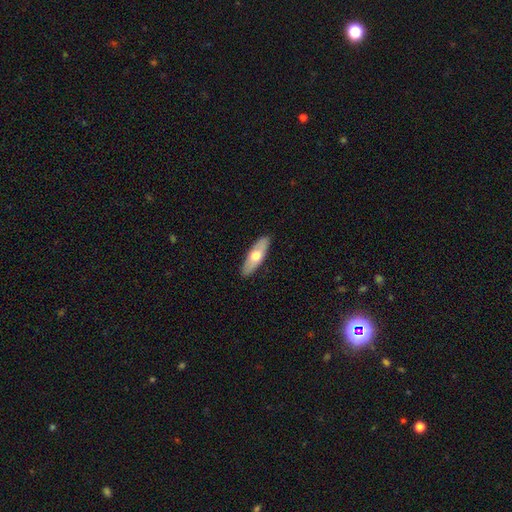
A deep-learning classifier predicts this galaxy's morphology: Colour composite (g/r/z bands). It shows a smooth galaxy with no disk features (58%) that is in between round and cigar-shaped (55%). Merging: none (89%).